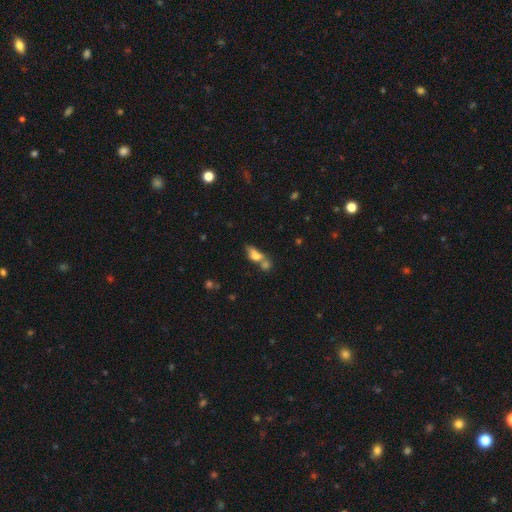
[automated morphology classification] This appears to be a smooth galaxy with no disk features (67%) that is in between round and cigar-shaped (70%). Merging: merger (58%).